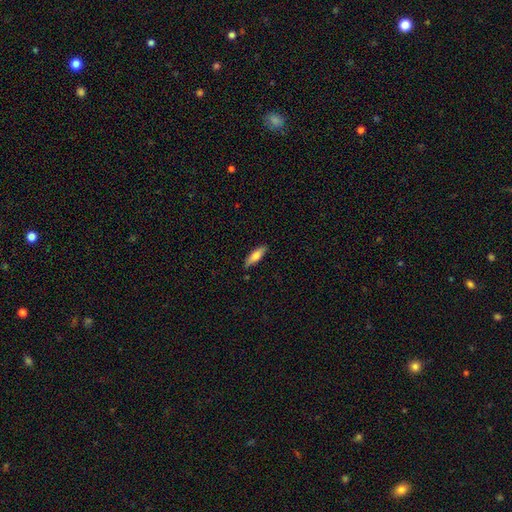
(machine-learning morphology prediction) A smooth galaxy with no disk features (71%) that is in between round and cigar-shaped (51%).

Vote fractions:
- Smooth or featured? smooth: 71% / featured or disk: 23% / star or artifact: 6%
- How rounded? in between: 51% / cigar-shaped: 48% / round: 2%
- Merging? none: 83% / minor disturbance: 13% / major disturbance: 2% / merger: 2%